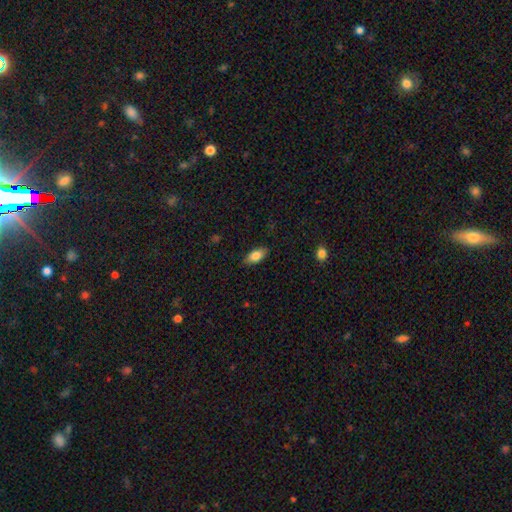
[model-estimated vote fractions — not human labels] The model was most divided on "smooth or featured": smooth: 82%, featured or disk: 10%, star or artifact: 7%. More confident: how rounded — in between (89%); merging — none (87%).